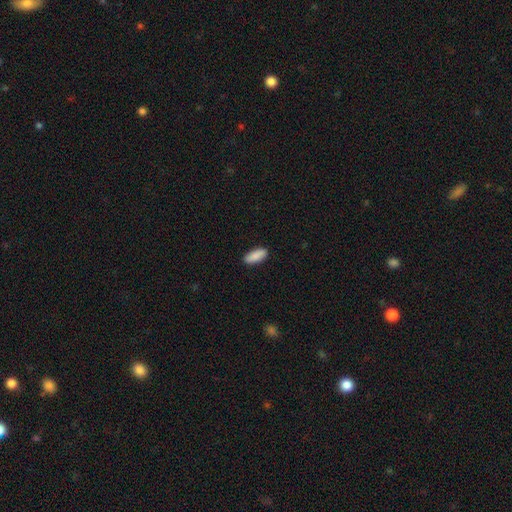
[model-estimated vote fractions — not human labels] Q: Smooth or featured?
A: smooth (90%); runner-up: star or artifact (6%)
Q: How rounded?
A: in between (82%); runner-up: cigar-shaped (16%)
Q: Merging?
A: none (90%); runner-up: minor disturbance (8%)